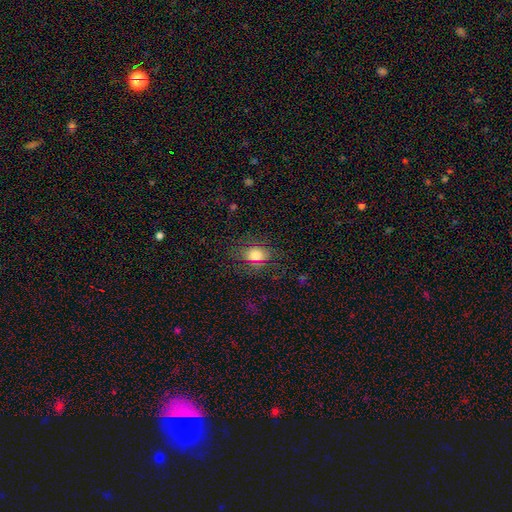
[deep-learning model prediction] Overall: smooth (75%). How rounded: in between (57%; round 41%). Merging: none (75%).